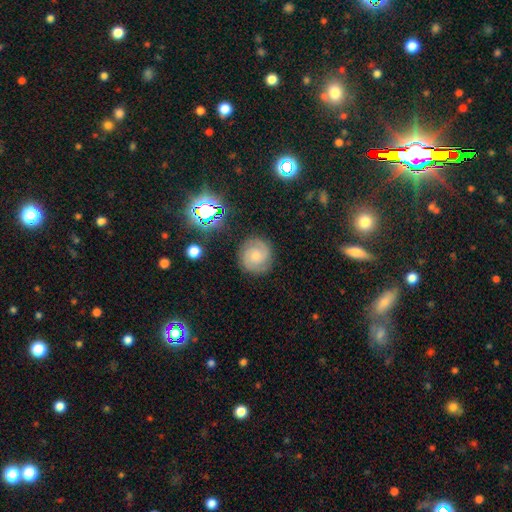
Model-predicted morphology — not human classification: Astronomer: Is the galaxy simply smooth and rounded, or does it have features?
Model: featured or disk — 56% (runner-up: smooth, 33%).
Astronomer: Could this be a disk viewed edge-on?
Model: no — 98%.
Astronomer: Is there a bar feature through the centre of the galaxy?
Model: no — 67%.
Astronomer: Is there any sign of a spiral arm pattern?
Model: yes — 92%.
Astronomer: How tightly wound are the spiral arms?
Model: tight — 59%.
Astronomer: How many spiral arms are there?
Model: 2 — 73%.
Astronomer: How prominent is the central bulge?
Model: small — 51% (runner-up: moderate, 35%).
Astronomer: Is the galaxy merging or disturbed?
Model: none — 85%.